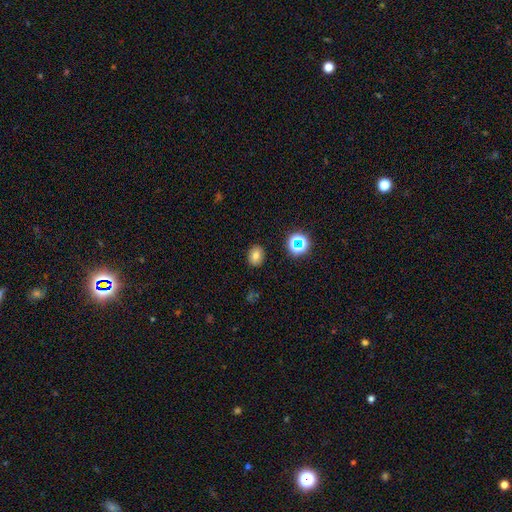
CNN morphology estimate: A smooth galaxy with no disk features (72%) that is in between round and cigar-shaped (58%). Merging: none (87%).